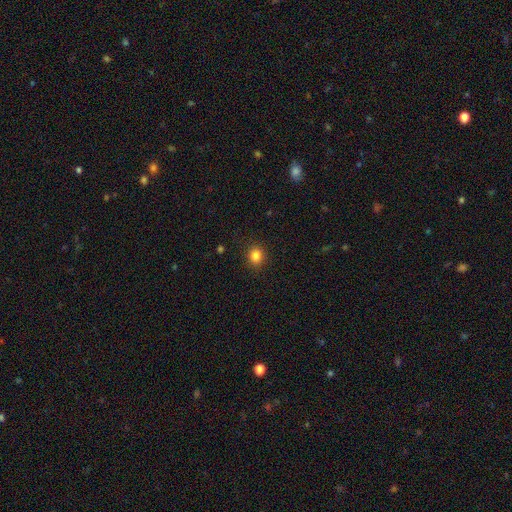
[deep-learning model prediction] Q: Smooth or featured?
A: smooth (84%); runner-up: star or artifact (12%)
Q: How rounded?
A: round (85%); runner-up: in between (14%)
Q: Merging?
A: none (91%); runner-up: minor disturbance (6%)